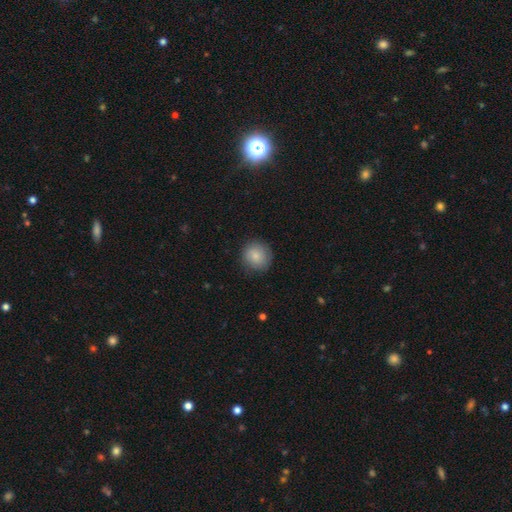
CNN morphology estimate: This appears to be a smooth galaxy with no disk features (82%) that is round (90%). Merging: none (84%).